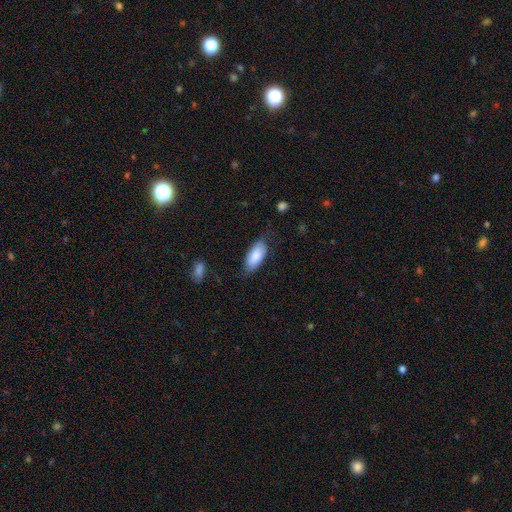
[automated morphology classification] This is clearly a smooth galaxy (83%). How rounded: clearly in between (89%). Merging: likely none (66%).